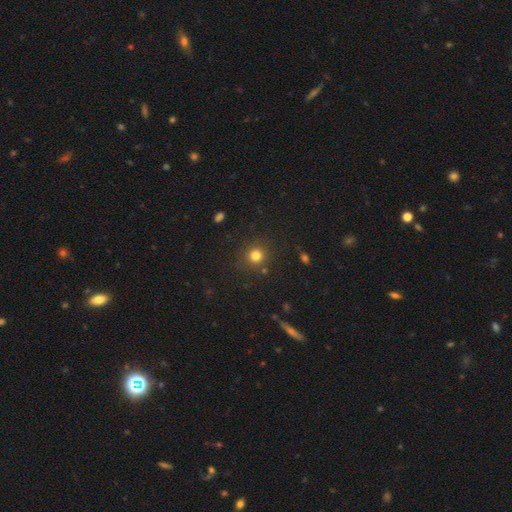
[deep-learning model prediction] Smooth or featured?
  - smooth: 79% *
  - star or artifact: 15%
  - featured or disk: 6%
How rounded?
  - round: 92% *
  - in between: 7%
  - cigar-shaped: 1%
Merging?
  - none: 86% *
  - minor disturbance: 8%
  - major disturbance: 3%
  - merger: 3%